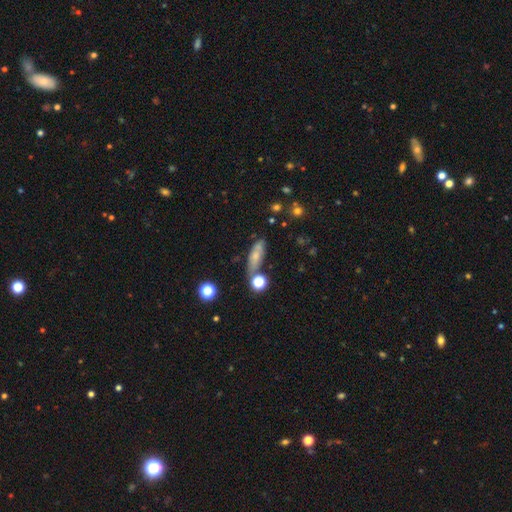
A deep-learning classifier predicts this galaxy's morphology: Smooth or featured? Predicted: smooth (p=0.64). How rounded? Predicted: in between (p=0.53). Merging? Predicted: none (p=0.58).